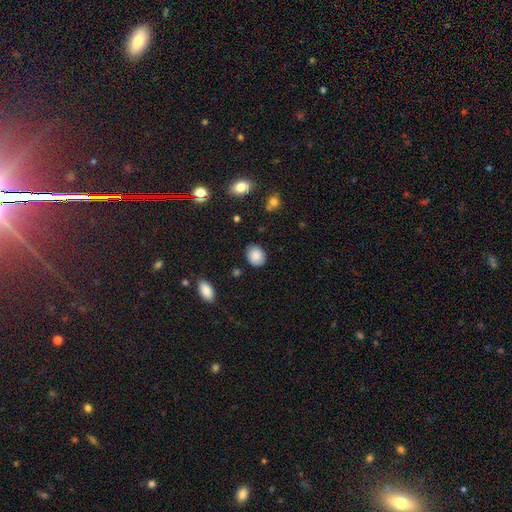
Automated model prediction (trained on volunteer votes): Overall: smooth (87%). How rounded: round (55%; in between 44%). Merging: none (86%).